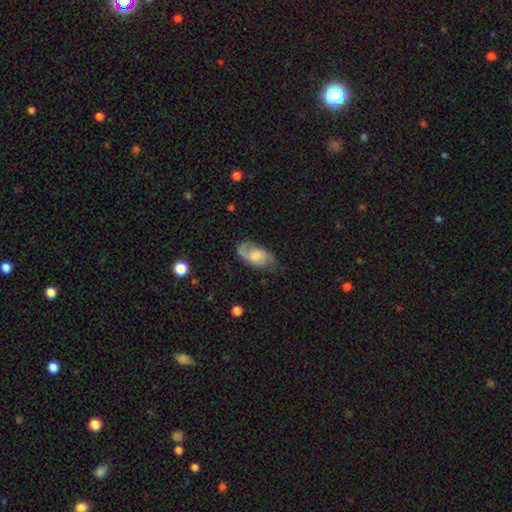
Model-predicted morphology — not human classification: This is likely a featured or disk galaxy (68%). It is clearly not viewed edge-on (95%). Bar: likely no (61%). Spiral arm pattern: clearly yes (91%). Spiral arm count: likely 2 (80%). Spiral winding: marginally medium (43%). Central bulge: marginally moderate (44%). Merging: likely none (64%).